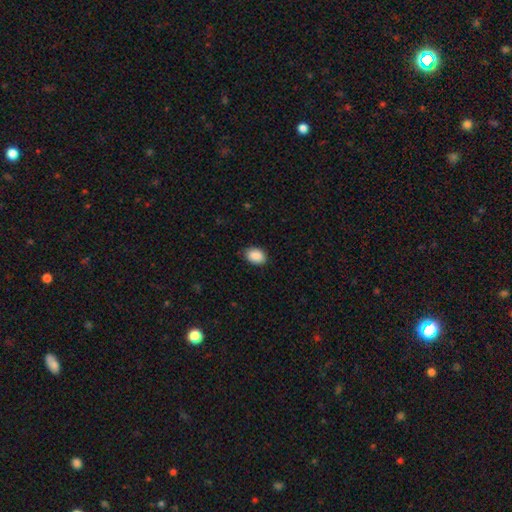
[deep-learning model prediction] This is clearly a smooth galaxy (90%). How rounded: likely in between (79%). Merging: clearly none (85%).